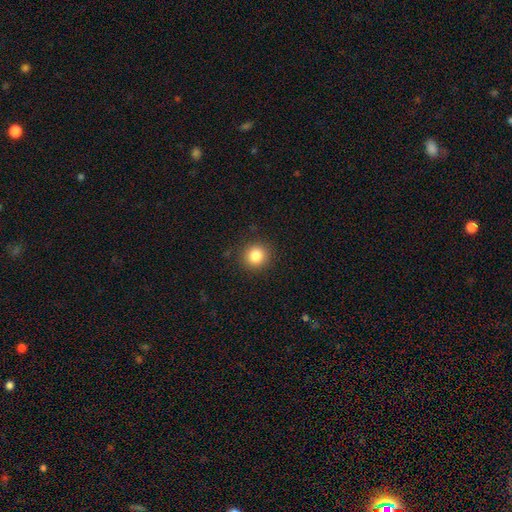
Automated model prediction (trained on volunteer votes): smooth_or_featured: smooth (p=0.84) [alt: star or artifact p=0.11]
how_rounded: round (p=0.91) [alt: in between p=0.08]
merging: none (p=0.90) [alt: minor disturbance p=0.07]